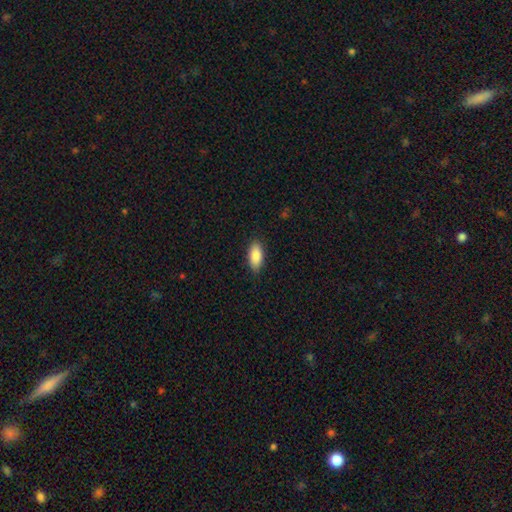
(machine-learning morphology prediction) smooth 87%, featured or disk 7%, star or artifact 7%. Down the decision tree: how rounded — in between (90%); merging — none (87%).